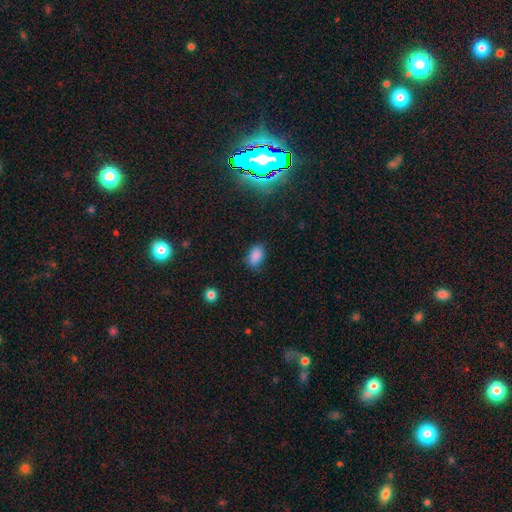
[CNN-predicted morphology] Smooth or featured? smooth (85%)
How rounded? in between (88%)
Merging? none (73%)